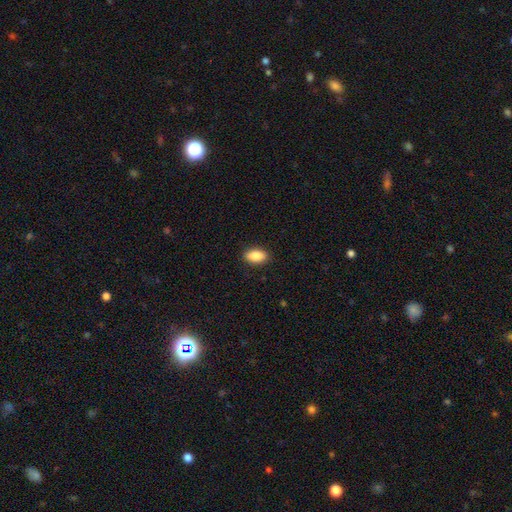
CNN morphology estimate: A smooth galaxy with no disk features (87%) that is in between round and cigar-shaped (91%). Merging: none (90%).